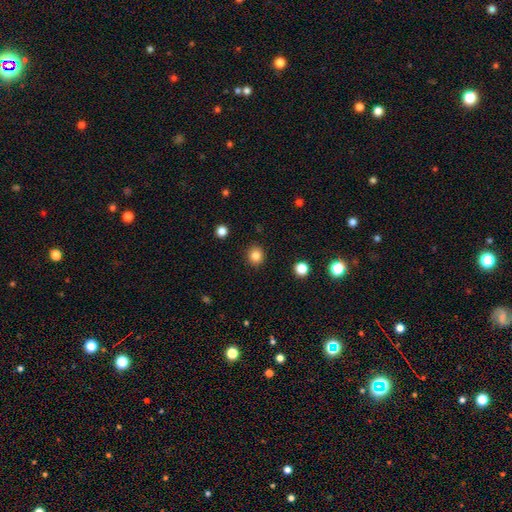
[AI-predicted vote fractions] A smooth galaxy with no disk features (84%) that is round (85%). Merging: none (91%).